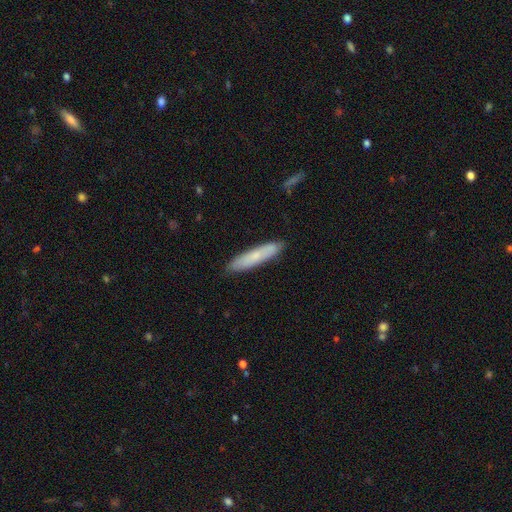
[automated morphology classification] Q: Smooth or featured?
A: smooth (67%); runner-up: featured or disk (26%)
Q: How rounded?
A: cigar-shaped (87%); runner-up: in between (12%)
Q: Merging?
A: none (87%); runner-up: minor disturbance (10%)